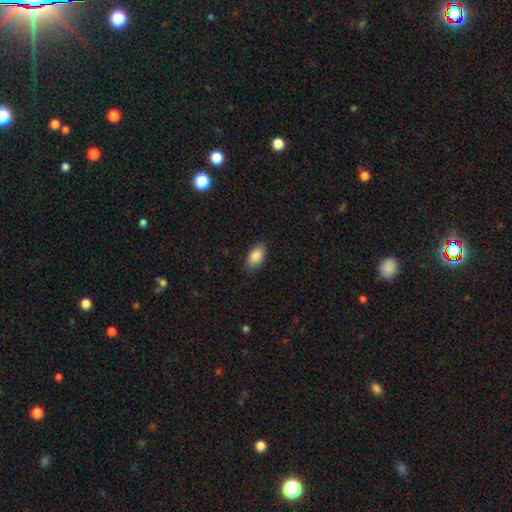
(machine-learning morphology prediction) Overall: smooth (87%). How rounded: in between (93%). Merging: none (84%).